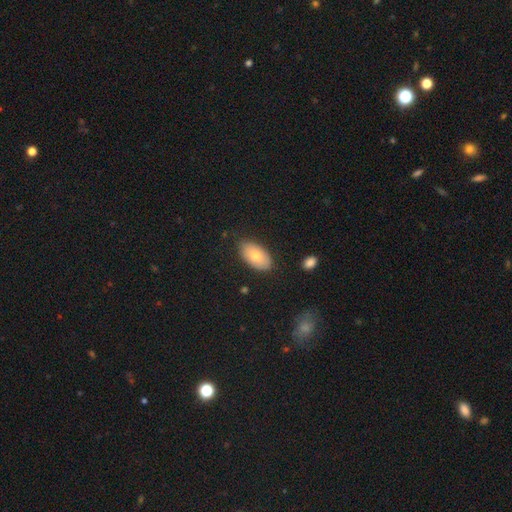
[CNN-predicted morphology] type=smooth (76%); roundness=in between (95%); merging=none (82%).